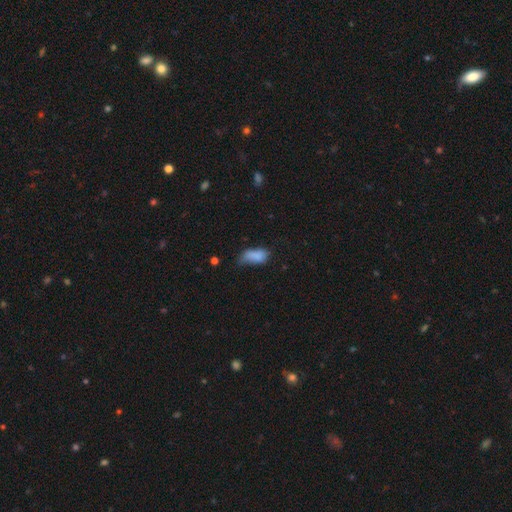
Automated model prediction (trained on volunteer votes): Q: Smooth or featured?
A: smooth (80%); runner-up: featured or disk (10%)
Q: How rounded?
A: in between (88%); runner-up: cigar-shaped (8%)
Q: Merging?
A: minor disturbance (40%); runner-up: none (32%)